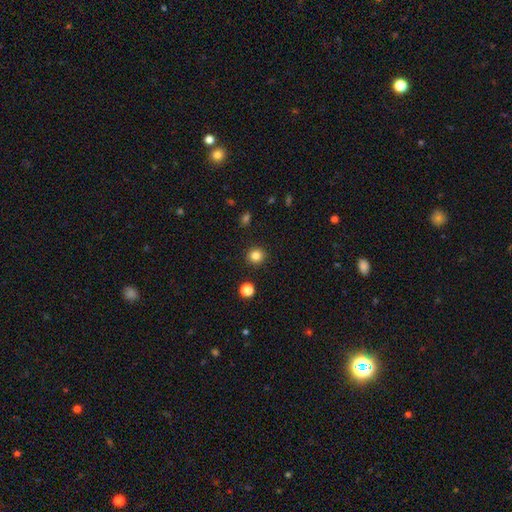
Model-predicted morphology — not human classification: Smooth or featured? smooth (84%)
How rounded? round (92%)
Merging? none (91%)